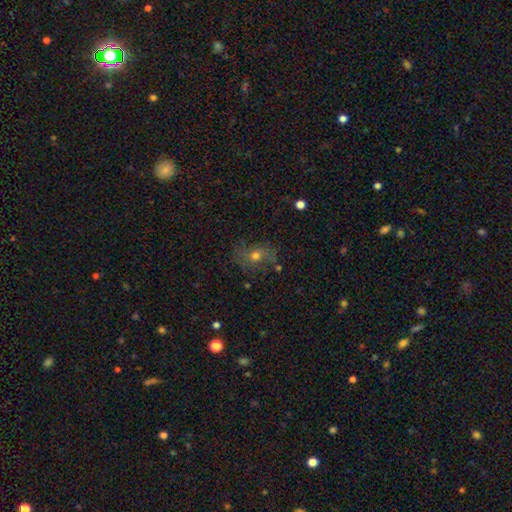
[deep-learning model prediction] Smooth or featured?
  - smooth: 42% *
  - featured or disk: 38%
  - star or artifact: 21%
Merging?
  - none: 65% *
  - minor disturbance: 20%
  - major disturbance: 11%
  - merger: 3%